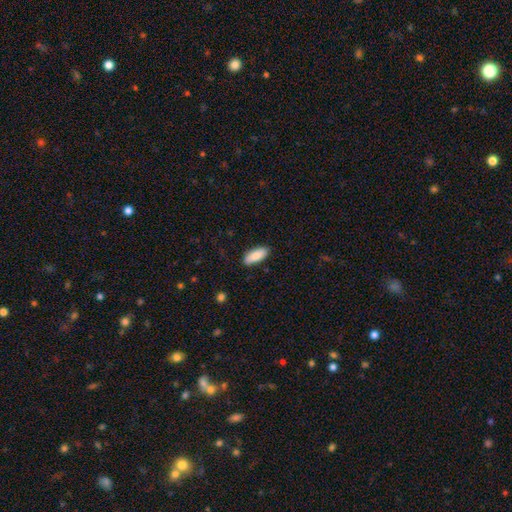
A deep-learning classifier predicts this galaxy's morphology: The model was most divided on "how rounded": in between: 81%, cigar-shaped: 18%, round: 2%. More confident: merging — none (87%); smooth or featured — smooth (86%).